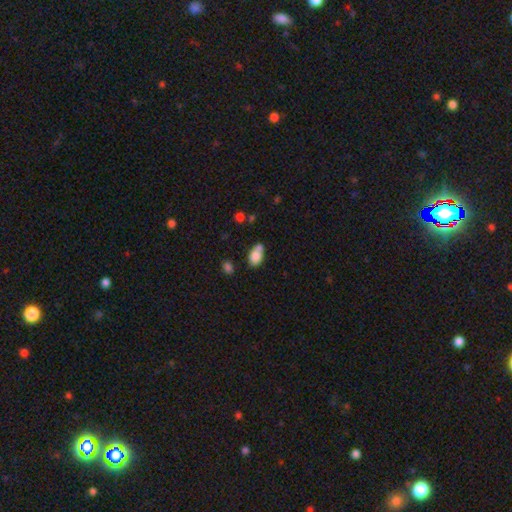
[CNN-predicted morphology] type=smooth (81%); roundness=in between (86%); merging=none (42%).